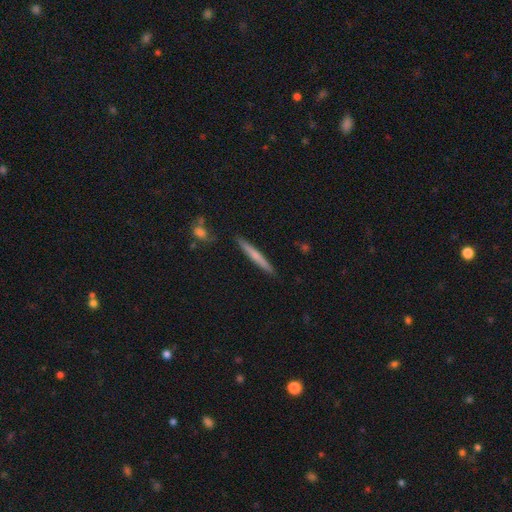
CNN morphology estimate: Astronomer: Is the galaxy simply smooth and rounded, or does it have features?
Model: smooth — 62%.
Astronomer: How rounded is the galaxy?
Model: cigar-shaped — 96%.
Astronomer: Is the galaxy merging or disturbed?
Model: none — 89%.